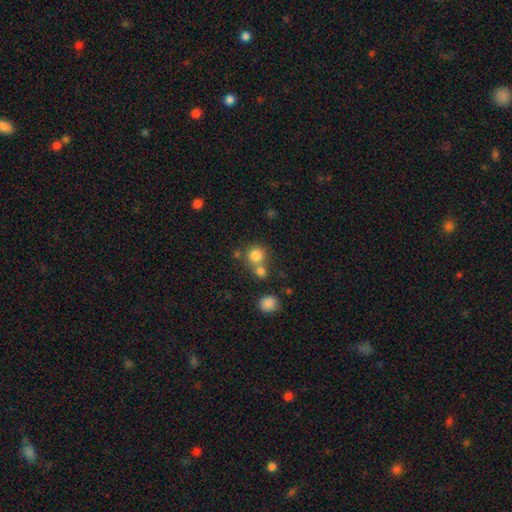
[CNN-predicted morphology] Overall: smooth (80%). How rounded: round (88%). Merging: none (55%; merger 35%).